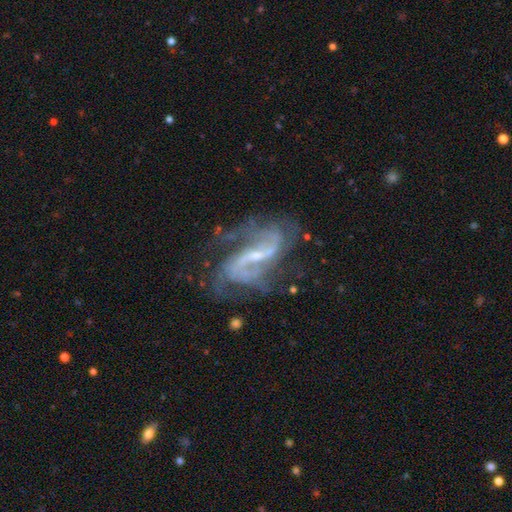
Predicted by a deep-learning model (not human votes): Morphology: type=featured or disk (87%); edge-on=no (94%); bar=strong (45%); spiral arms=yes (94%); winding=medium (43%); arm count=2 (67%); bulge=small (68%); merging=none (58%).